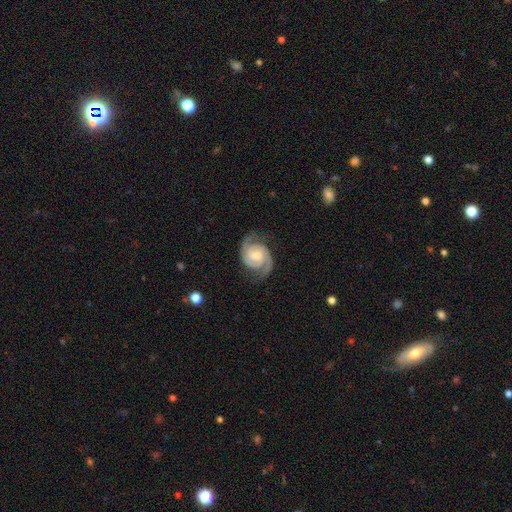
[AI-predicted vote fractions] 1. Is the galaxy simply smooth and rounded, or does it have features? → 90% featured or disk, 5% smooth, 5% star or artifact.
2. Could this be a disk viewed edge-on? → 98% no, 2% yes.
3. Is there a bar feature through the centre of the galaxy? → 55% no, 36% weak, 9% strong.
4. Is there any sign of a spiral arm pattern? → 98% yes, 2% no.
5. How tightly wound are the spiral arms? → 47% tight, 45% medium, 8% loose.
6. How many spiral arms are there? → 93% 2, 2% can't tell, 2% 3, 1% 1, 1% 4, 1% more than 4.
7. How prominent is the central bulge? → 42% moderate, 34% small, 15% none, 8% large, 2% dominant.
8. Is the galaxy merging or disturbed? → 80% none, 15% minor disturbance, 5% major disturbance, 1% merger.